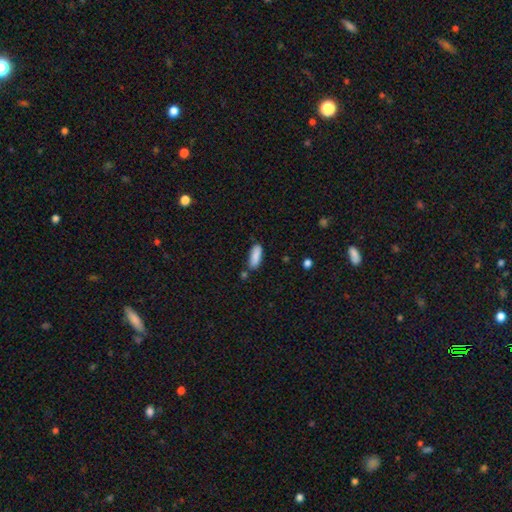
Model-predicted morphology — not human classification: The model was most divided on "how rounded": in between: 64%, cigar-shaped: 34%, round: 2%. More confident: smooth or featured — smooth (87%); merging — none (71%).